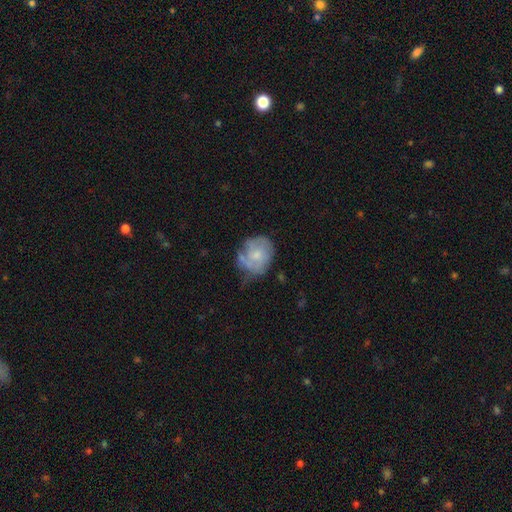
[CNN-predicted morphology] Smooth or featured?
  - smooth: 47% *
  - featured or disk: 46%
  - star or artifact: 7%
Merging?
  - none: 43% *
  - minor disturbance: 34%
  - major disturbance: 16%
  - merger: 7%